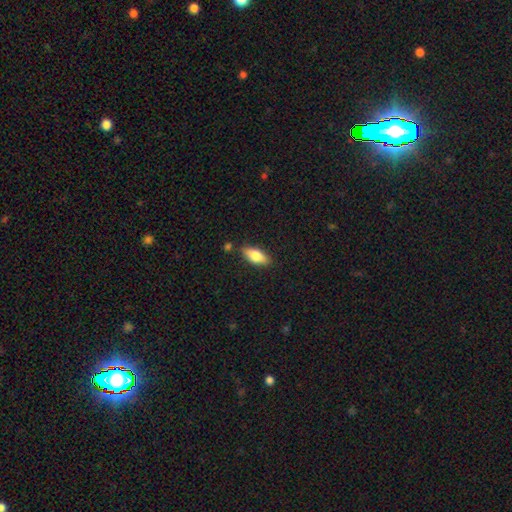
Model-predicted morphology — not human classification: A smooth galaxy with no disk features (71%) that is in between round and cigar-shaped (78%).

Vote fractions:
- Smooth or featured? smooth: 71% / featured or disk: 23% / star or artifact: 6%
- How rounded? in between: 78% / cigar-shaped: 19% / round: 3%
- Merging? none: 82% / minor disturbance: 12% / merger: 3% / major disturbance: 2%